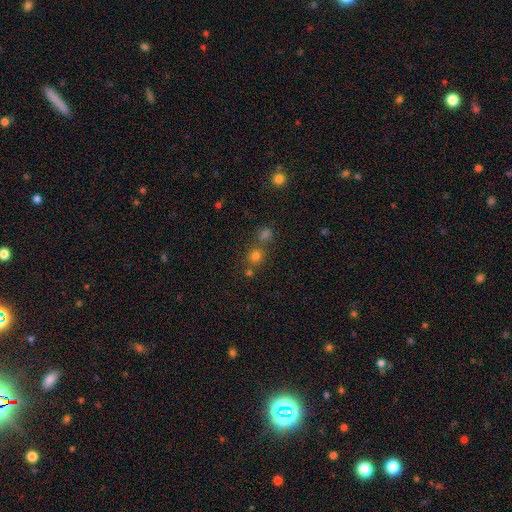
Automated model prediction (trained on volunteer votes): Overall: smooth (70%). How rounded: round (86%). Merging: none (64%; merger 25%).